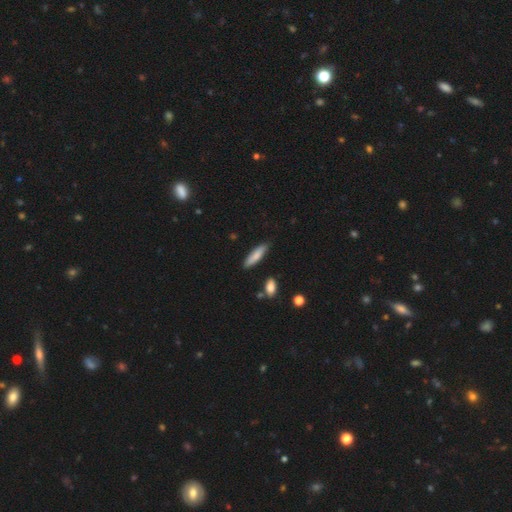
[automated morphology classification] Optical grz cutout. It shows a smooth galaxy with no disk features (82%) that is cigar-shaped (71%). Merging: none (85%).